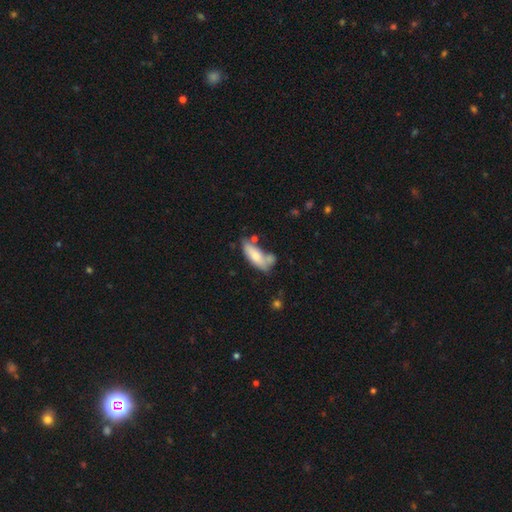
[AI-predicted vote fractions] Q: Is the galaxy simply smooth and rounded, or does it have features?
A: smooth — 70%.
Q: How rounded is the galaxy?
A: in between — 64%.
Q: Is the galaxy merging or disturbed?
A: none — 43%.